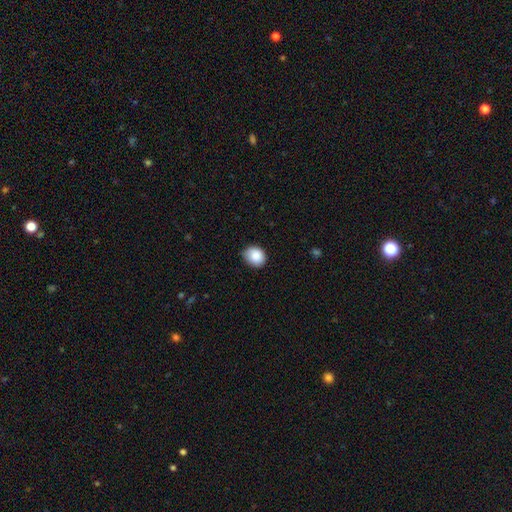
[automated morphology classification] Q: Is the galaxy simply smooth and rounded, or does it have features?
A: smooth — 87%.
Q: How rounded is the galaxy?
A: round — 63%.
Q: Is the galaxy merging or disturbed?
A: none — 76%.